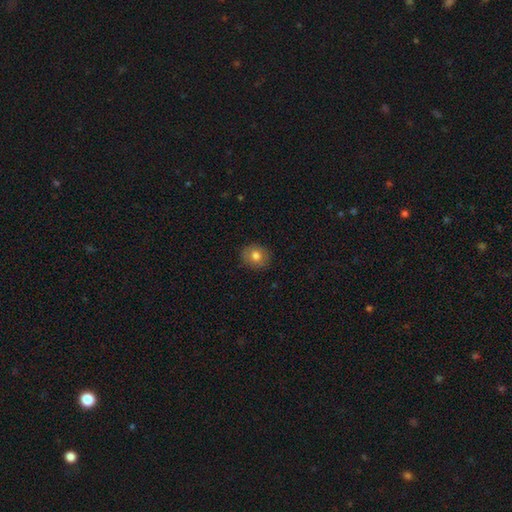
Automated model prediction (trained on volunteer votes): This appears to be a smooth galaxy with no disk features (77%) that is round (73%). Merging: none (88%).